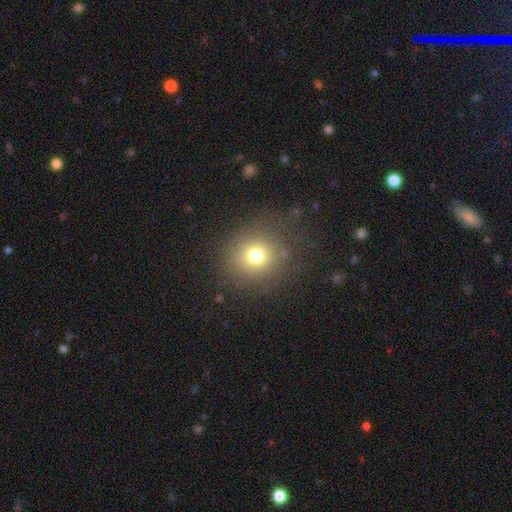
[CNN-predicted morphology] The model was most divided on "smooth or featured": smooth: 73%, star or artifact: 16%, featured or disk: 11%. More confident: how rounded — round (88%); merging — none (81%).